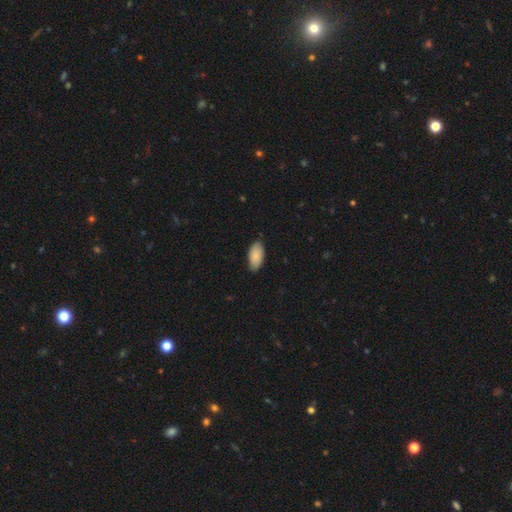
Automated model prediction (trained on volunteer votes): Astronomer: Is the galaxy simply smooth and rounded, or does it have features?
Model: smooth — 86%.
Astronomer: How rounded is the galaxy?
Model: in between — 94%.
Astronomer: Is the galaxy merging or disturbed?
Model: none — 78%.